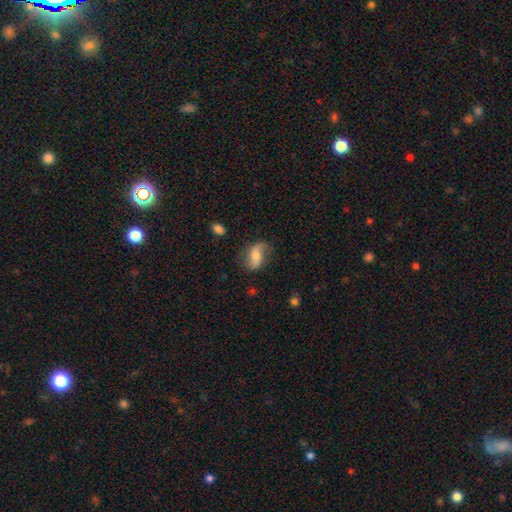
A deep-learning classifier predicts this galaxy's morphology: Smooth or featured: smooth — 47% (featured or disk — 45%)
Merging: none — 64% (minor disturbance — 24%)